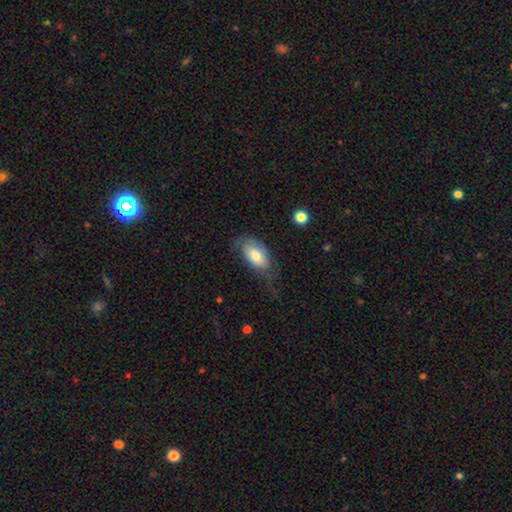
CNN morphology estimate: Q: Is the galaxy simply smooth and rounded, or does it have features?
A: smooth — 64%.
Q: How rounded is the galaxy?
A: in between — 92%.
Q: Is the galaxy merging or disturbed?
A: none — 43%.